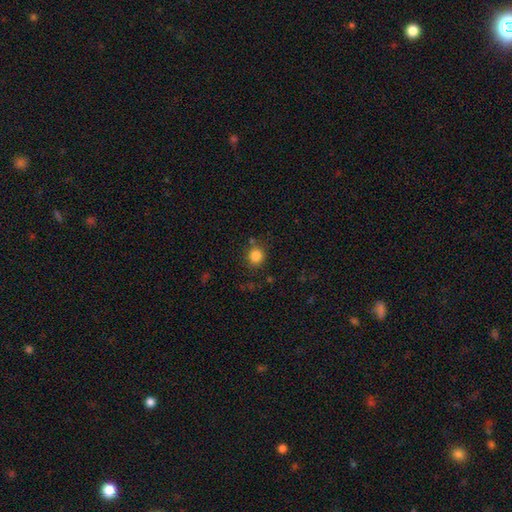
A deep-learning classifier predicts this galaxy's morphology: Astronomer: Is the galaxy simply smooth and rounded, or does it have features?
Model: smooth — 84%.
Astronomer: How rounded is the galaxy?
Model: round — 88%.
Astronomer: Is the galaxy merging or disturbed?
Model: none — 81%.